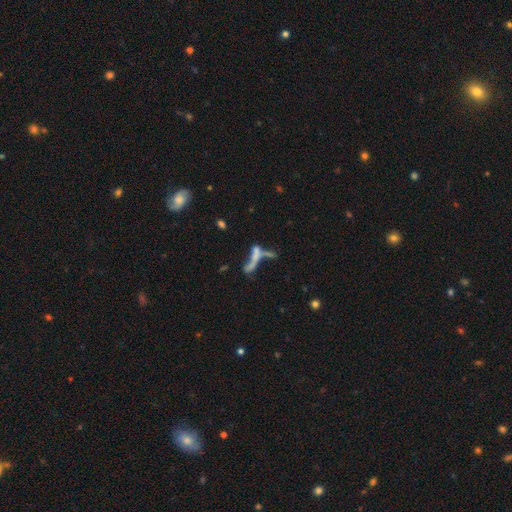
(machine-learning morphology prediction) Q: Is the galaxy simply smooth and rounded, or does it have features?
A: featured or disk — 45%.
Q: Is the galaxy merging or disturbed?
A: merger — 47%.